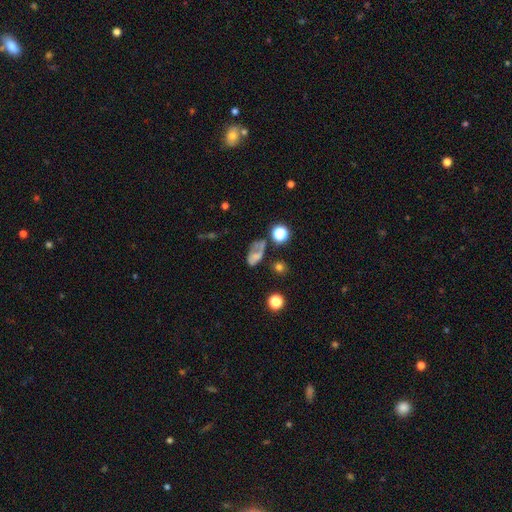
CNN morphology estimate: Smooth or featured? smooth (50%)
Merging? none (36%)